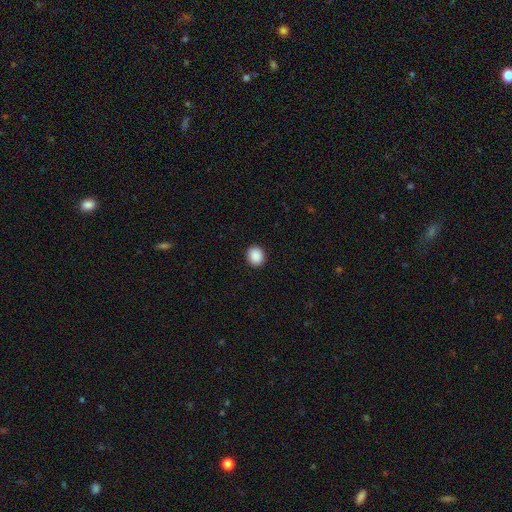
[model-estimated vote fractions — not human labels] This appears to be a smooth galaxy with no disk features (90%) that is round (70%). Merging: none (92%).